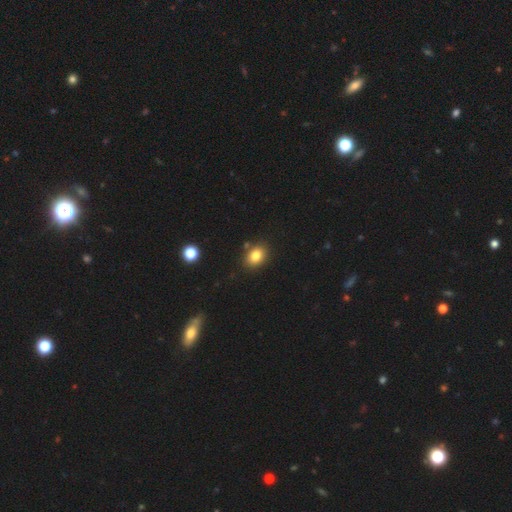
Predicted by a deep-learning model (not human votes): Smooth or featured: smooth — 83% (star or artifact — 10%)
How rounded: in between — 66% (round — 33%)
Merging: none — 83% (minor disturbance — 10%)